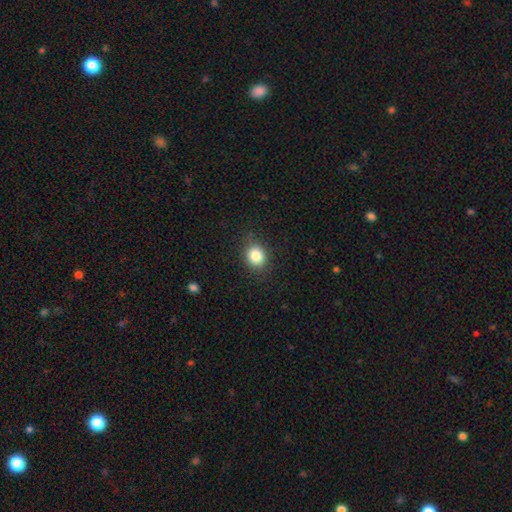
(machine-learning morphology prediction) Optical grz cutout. It shows a smooth galaxy with no disk features (84%) that is round (66%). Merging: none (86%).